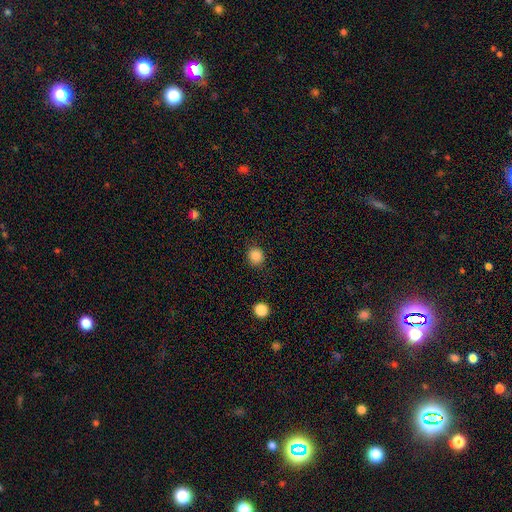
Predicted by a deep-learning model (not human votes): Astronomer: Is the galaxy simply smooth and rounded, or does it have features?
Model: smooth — 86%.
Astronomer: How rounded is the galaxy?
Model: round — 83%.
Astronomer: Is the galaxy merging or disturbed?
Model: none — 87%.